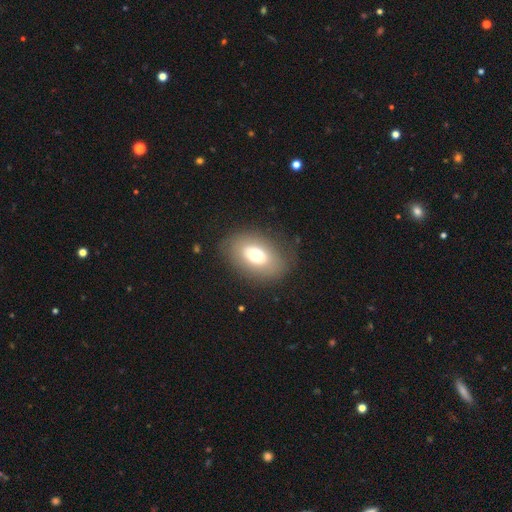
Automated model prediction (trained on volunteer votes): smooth_or_featured: smooth (p=0.68) [alt: featured or disk p=0.22]
how_rounded: in between (p=0.83) [alt: round p=0.16]
merging: none (p=0.81) [alt: minor disturbance p=0.12]